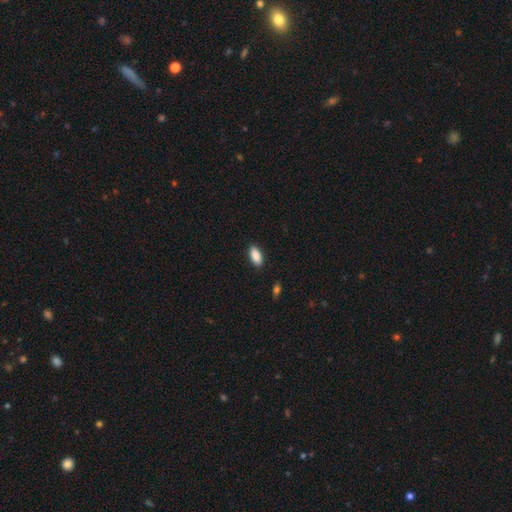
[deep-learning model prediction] smooth 88%, star or artifact 7%, featured or disk 6%. Down the decision tree: how rounded — in between (86%); merging — none (88%).